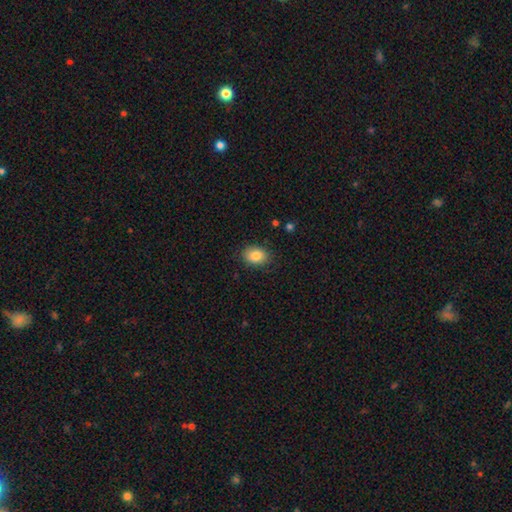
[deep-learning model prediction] This is clearly a smooth galaxy (86%). How rounded: likely in between (72%). Merging: clearly none (85%).